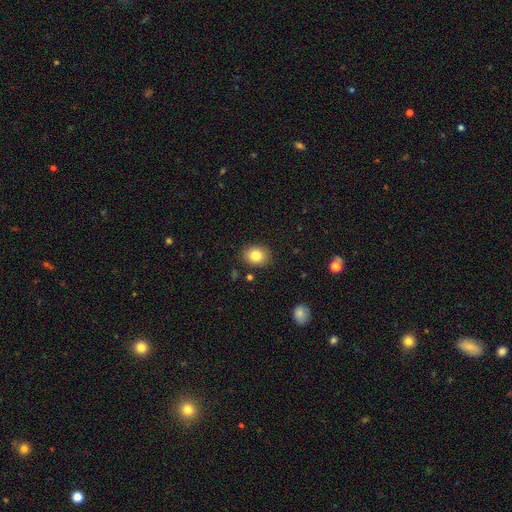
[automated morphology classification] Smooth or featured? smooth (82%)
How rounded? round (62%)
Merging? none (88%)